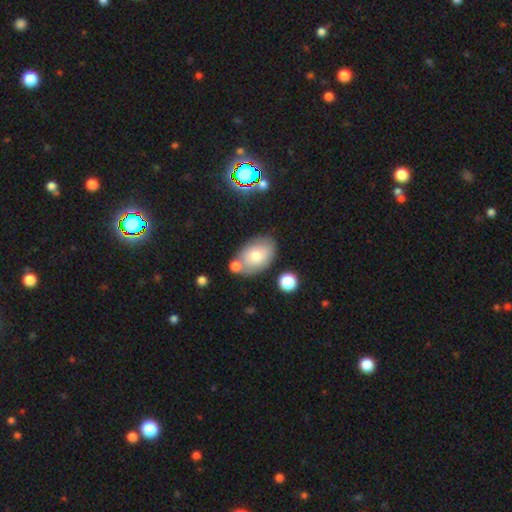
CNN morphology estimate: type=smooth (69%); roundness=in between (87%); merging=none (65%).